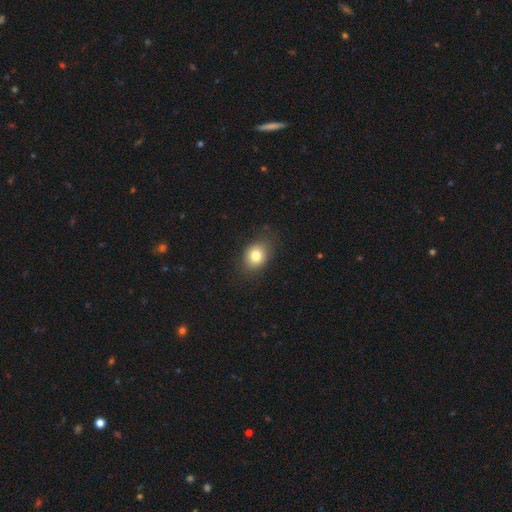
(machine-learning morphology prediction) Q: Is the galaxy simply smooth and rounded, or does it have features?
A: smooth — 80%.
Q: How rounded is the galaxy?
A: in between — 55%.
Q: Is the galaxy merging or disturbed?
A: none — 80%.